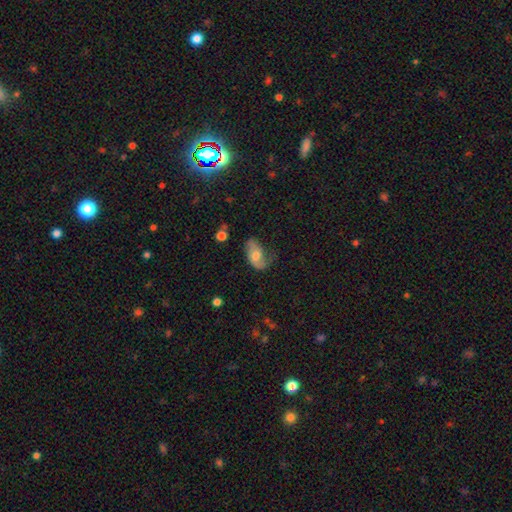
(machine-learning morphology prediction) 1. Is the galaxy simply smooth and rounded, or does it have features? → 52% featured or disk, 40% smooth, 7% star or artifact.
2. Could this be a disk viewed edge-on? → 94% no, 6% yes.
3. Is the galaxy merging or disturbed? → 44% none, 31% minor disturbance, 22% major disturbance, 3% merger.